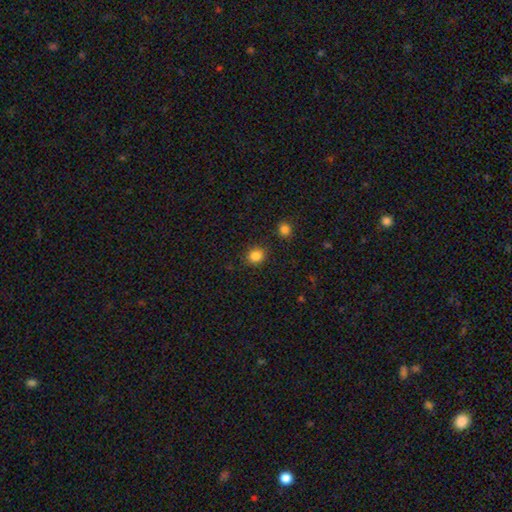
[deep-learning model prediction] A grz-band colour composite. It shows a smooth galaxy with no disk features (85%) that is round (75%). Merging: none (86%).